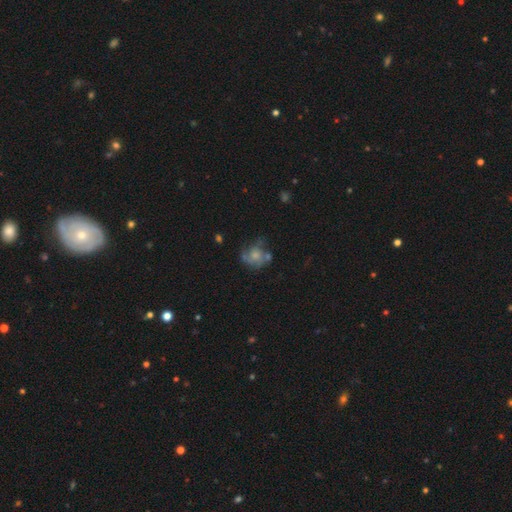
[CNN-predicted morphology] The model was most divided on "smooth or featured": featured or disk: 48%, smooth: 41%, star or artifact: 11%. Remaining: merging — none (44%).